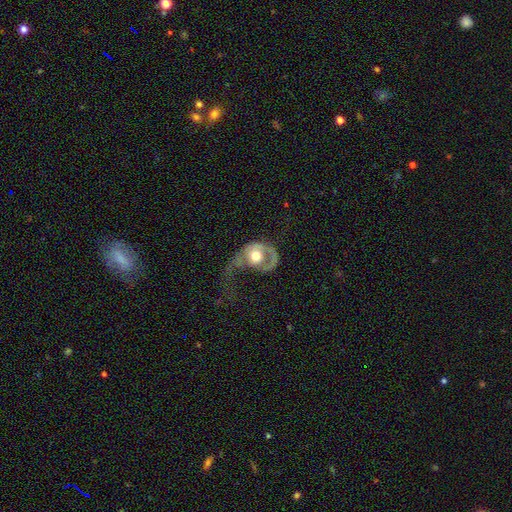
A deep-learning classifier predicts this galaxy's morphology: Q: Smooth or featured?
A: featured or disk (59%); runner-up: smooth (35%)
Q: Edge-on disk?
A: no (95%); runner-up: yes (5%)
Q: Bar?
A: no (83%); runner-up: weak (13%)
Q: Spiral arms?
A: yes (63%); runner-up: no (37%)
Q: Bulge size?
A: moderate (64%); runner-up: large (24%)
Q: Merging?
A: major disturbance (66%); runner-up: none (16%)